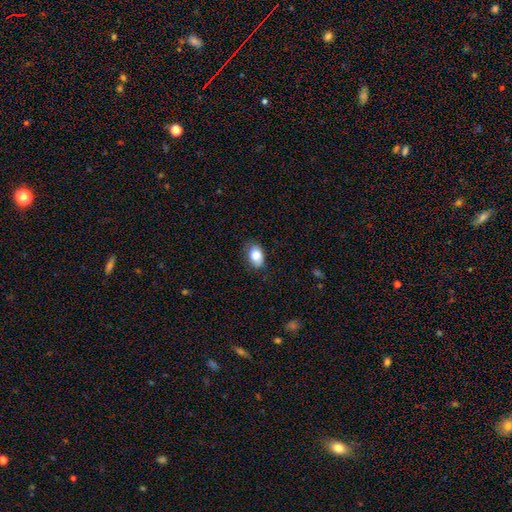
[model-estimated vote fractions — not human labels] Q: Smooth or featured?
A: smooth (81%); runner-up: featured or disk (11%)
Q: How rounded?
A: in between (83%); runner-up: round (16%)
Q: Merging?
A: none (79%); runner-up: minor disturbance (17%)